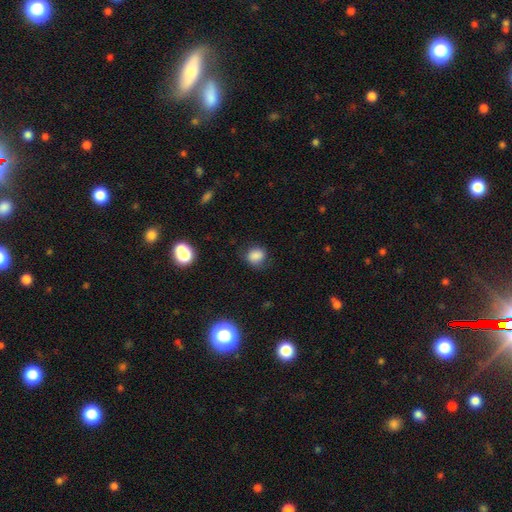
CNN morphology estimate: A smooth galaxy with no disk features (83%) that is round (70%). Merging: none (71%).